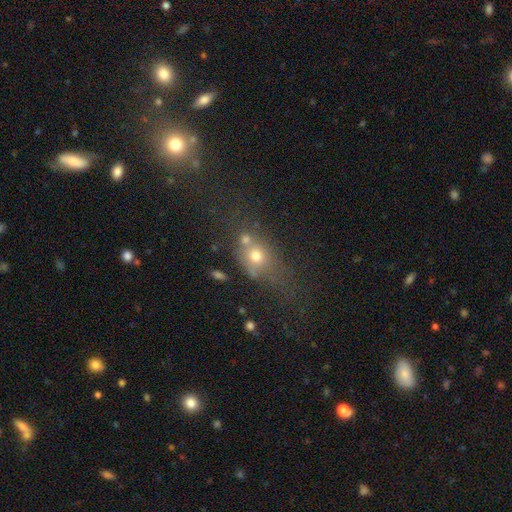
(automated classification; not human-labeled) A smooth galaxy with no disk features (53%) that is round (52%). Merging: none (41%).